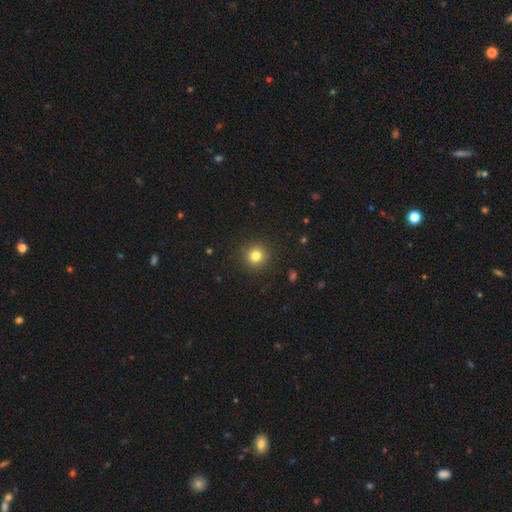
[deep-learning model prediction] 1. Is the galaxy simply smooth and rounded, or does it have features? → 80% smooth, 13% star or artifact, 7% featured or disk.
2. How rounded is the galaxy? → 95% round, 4% in between, 1% cigar-shaped.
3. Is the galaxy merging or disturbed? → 92% none, 5% minor disturbance, 2% major disturbance, 1% merger.